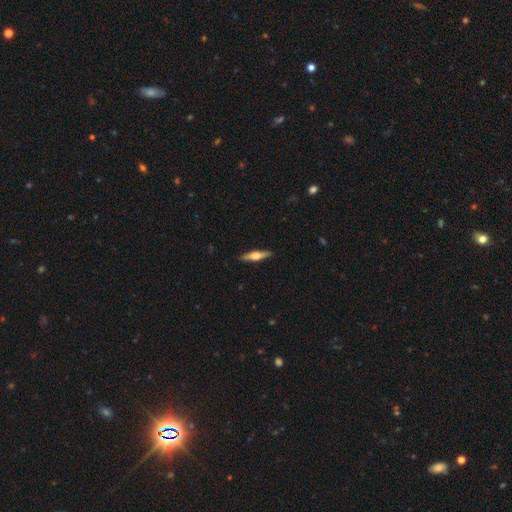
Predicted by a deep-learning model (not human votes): The model was most divided on "smooth or featured": featured or disk: 56%, smooth: 39%, star or artifact: 6%. More confident: edge-on disk — yes (96%); merging — none (90%); edge-on bulge — rounded (89%).